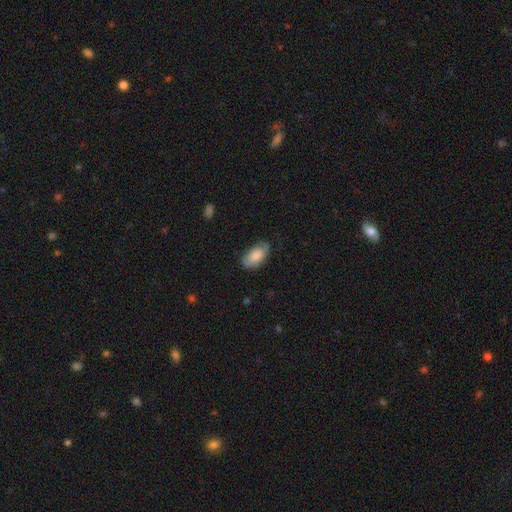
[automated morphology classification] The model was most divided on "merging": none: 70%, minor disturbance: 23%, major disturbance: 6%, merger: 1%. More confident: how rounded — in between (94%); smooth or featured — smooth (72%).